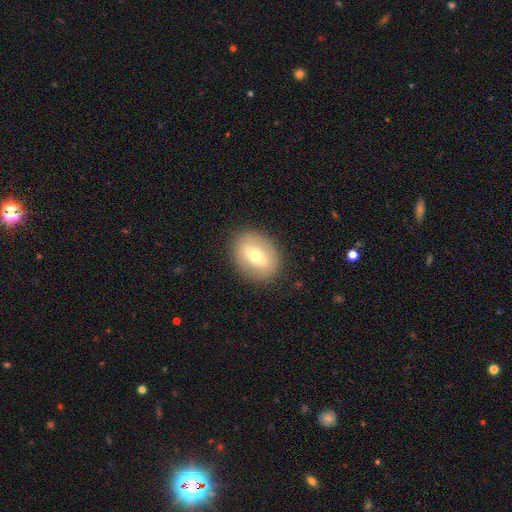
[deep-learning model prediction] The model was most divided on "smooth or featured": smooth: 49%, featured or disk: 42%, star or artifact: 9%. More confident: merging — none (87%).